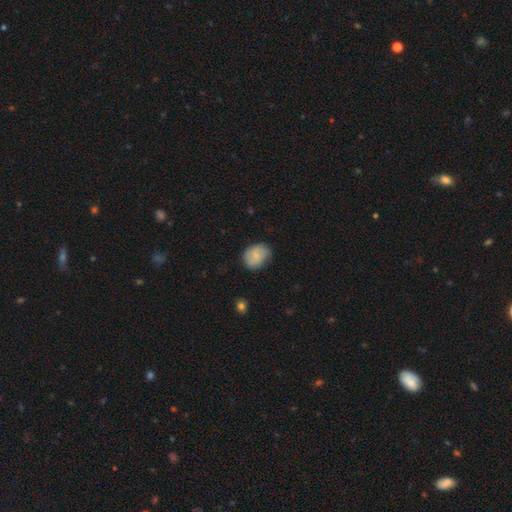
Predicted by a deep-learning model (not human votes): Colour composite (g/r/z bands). It shows a smooth galaxy with no disk features (70%) that is in between round and cigar-shaped (61%). Merging: none (71%).